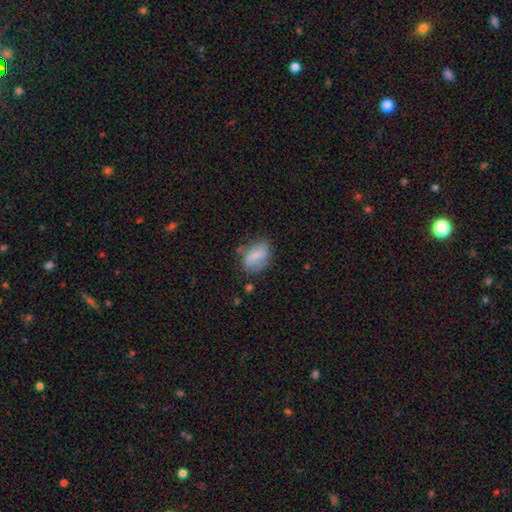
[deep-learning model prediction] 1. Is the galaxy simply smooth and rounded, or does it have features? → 69% smooth, 23% featured or disk, 8% star or artifact.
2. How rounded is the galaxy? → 82% in between, 14% round, 4% cigar-shaped.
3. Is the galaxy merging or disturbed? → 56% none, 29% minor disturbance, 11% major disturbance, 4% merger.